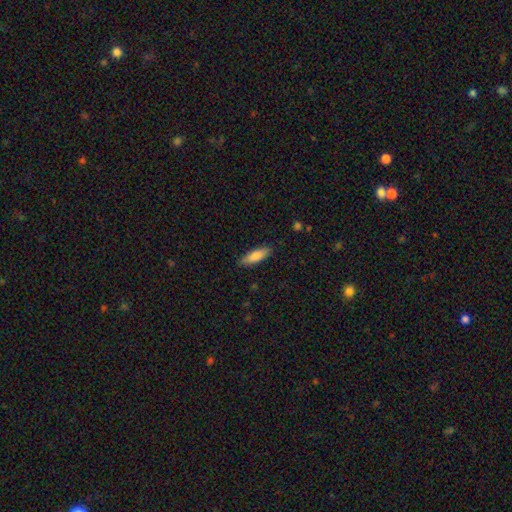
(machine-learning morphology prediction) Q: Smooth or featured?
A: smooth (81%); runner-up: featured or disk (13%)
Q: How rounded?
A: cigar-shaped (52%); runner-up: in between (47%)
Q: Merging?
A: none (86%); runner-up: minor disturbance (11%)